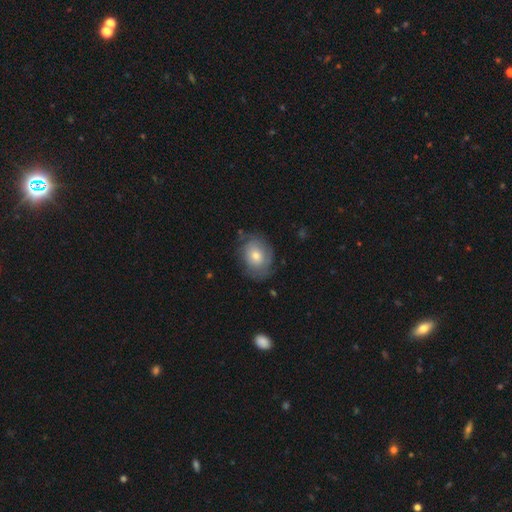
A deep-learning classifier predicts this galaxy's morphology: smooth-or-featured: smooth: 59% | featured or disk: 32% | star or artifact: 8%
  how-rounded: in between: 53% | round: 46% | cigar-shaped: 1%
  merging: none: 69% | minor disturbance: 22% | major disturbance: 7% | merger: 2%